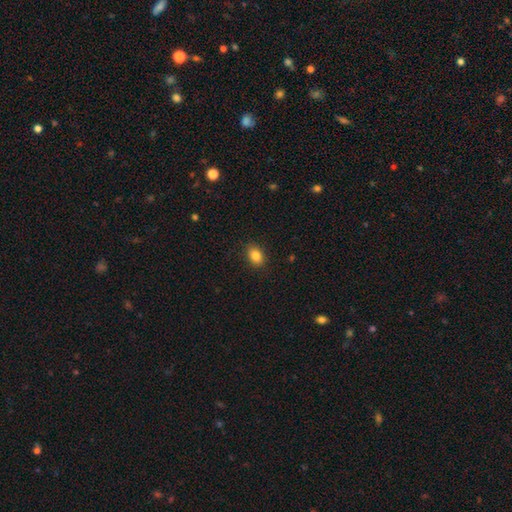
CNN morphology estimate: smooth_or_featured: smooth (p=0.84) [alt: star or artifact p=0.10]
how_rounded: in between (p=0.74) [alt: round p=0.25]
merging: none (p=0.88) [alt: minor disturbance p=0.09]